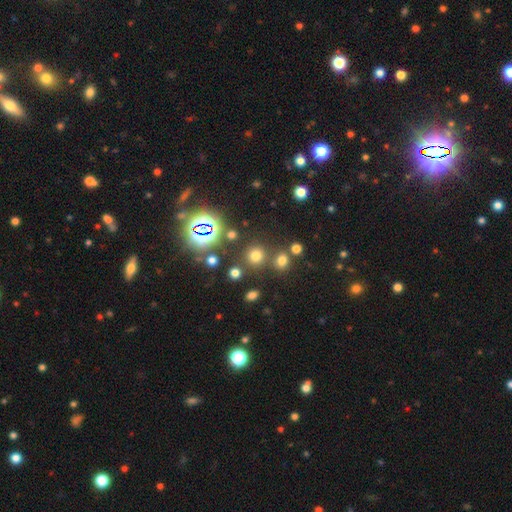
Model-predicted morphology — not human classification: smooth_or_featured: smooth (p=0.66) [alt: star or artifact p=0.28]
how_rounded: round (p=0.90) [alt: in between p=0.09]
merging: none (p=0.78) [alt: merger p=0.10]